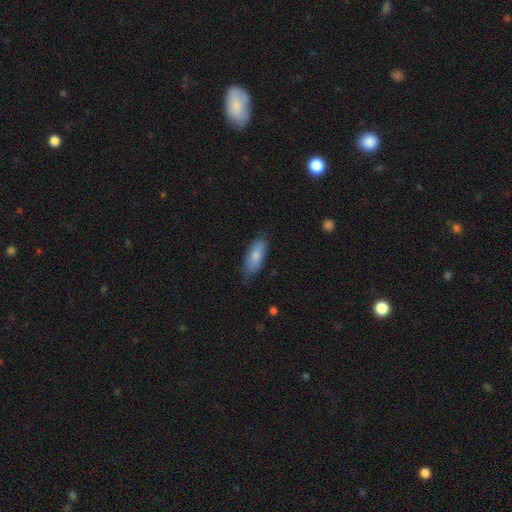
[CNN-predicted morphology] This appears to be a smooth galaxy with no disk features (82%) that is in between round and cigar-shaped (72%). Merging: none (72%).